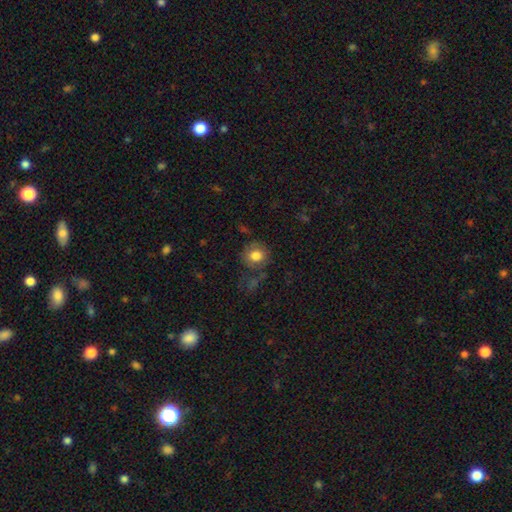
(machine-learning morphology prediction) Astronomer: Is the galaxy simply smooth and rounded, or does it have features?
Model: smooth — 78%.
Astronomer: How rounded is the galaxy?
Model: round — 84%.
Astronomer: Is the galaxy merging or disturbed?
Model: none — 68%.